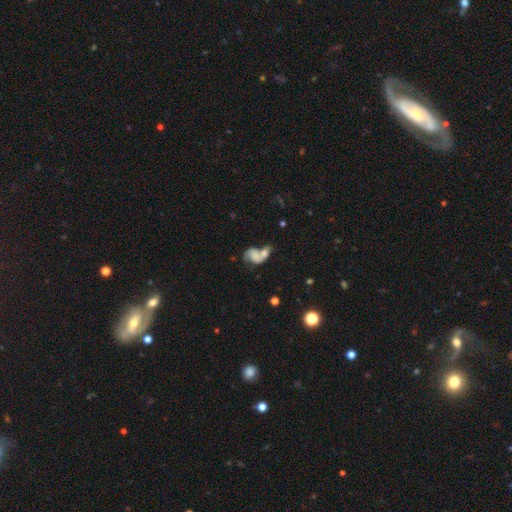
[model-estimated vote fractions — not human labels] Smooth or featured? smooth (48%)
Merging? merger (60%)